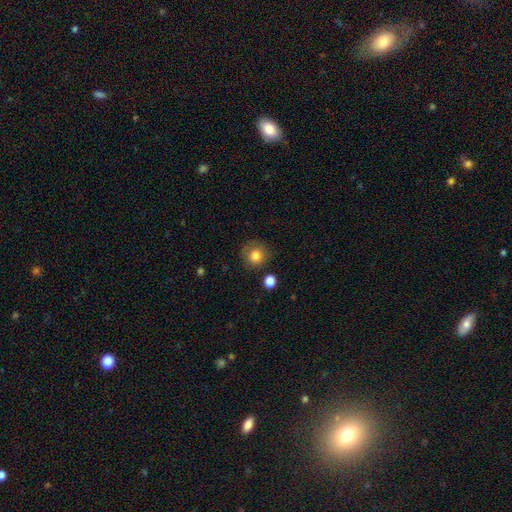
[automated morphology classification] smooth-or-featured: smooth: 81% | star or artifact: 10% | featured or disk: 8%
  how-rounded: round: 91% | in between: 8% | cigar-shaped: 1%
  merging: none: 80% | minor disturbance: 13% | major disturbance: 4% | merger: 3%